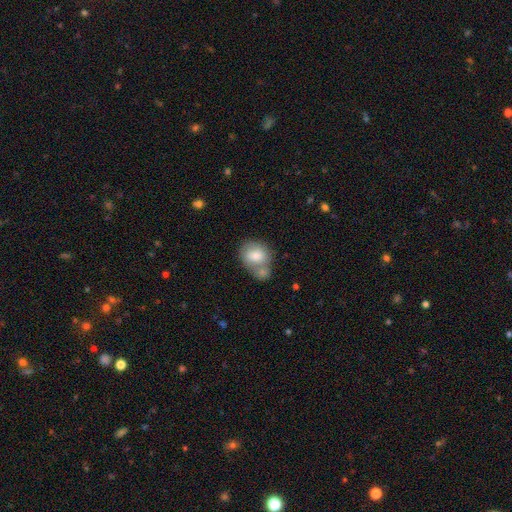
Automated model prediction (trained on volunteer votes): Q: Smooth or featured?
A: smooth (75%); runner-up: featured or disk (18%)
Q: How rounded?
A: in between (52%); runner-up: round (47%)
Q: Merging?
A: merger (47%); runner-up: none (33%)